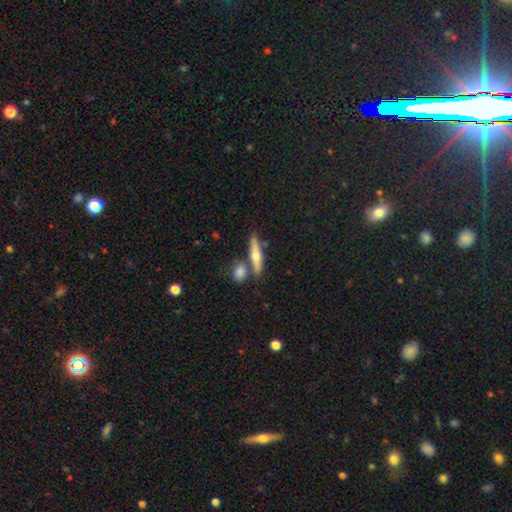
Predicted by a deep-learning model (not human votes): Smooth or featured? featured or disk (53%)
Edge-on disk? yes (94%)
Merging? none (73%)